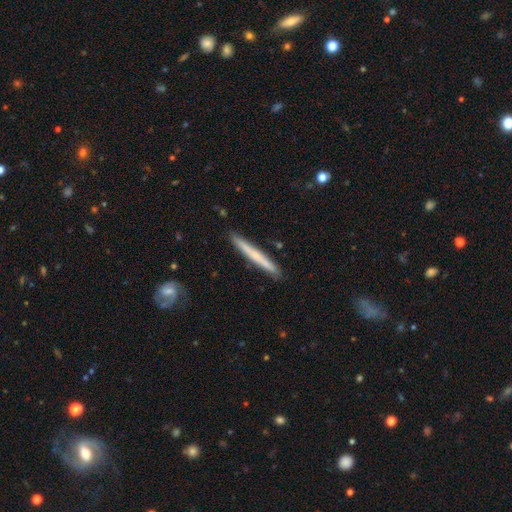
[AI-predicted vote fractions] This is possibly a smooth galaxy (54%). How rounded: clearly cigar-shaped (97%). Merging: clearly none (89%).